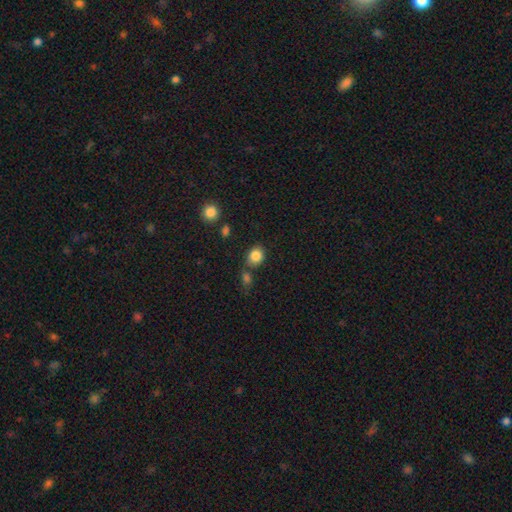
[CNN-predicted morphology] smooth_or_featured: smooth (p=0.85) [alt: star or artifact p=0.10]
how_rounded: round (p=0.59) [alt: in between p=0.40]
merging: none (p=0.66) [alt: merger p=0.15]